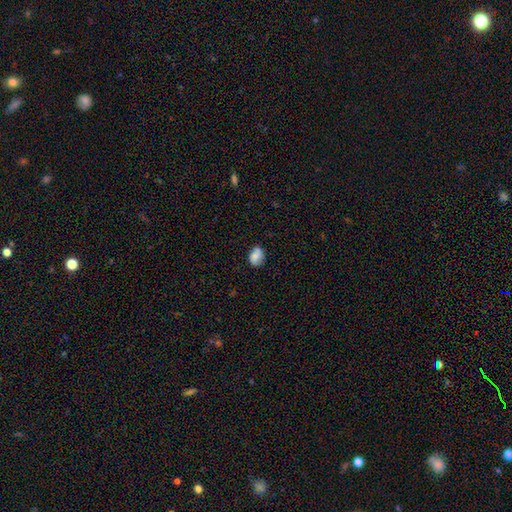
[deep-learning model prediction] Q: Smooth or featured?
A: smooth (77%); runner-up: featured or disk (15%)
Q: How rounded?
A: in between (66%); runner-up: round (33%)
Q: Merging?
A: none (66%); runner-up: minor disturbance (25%)